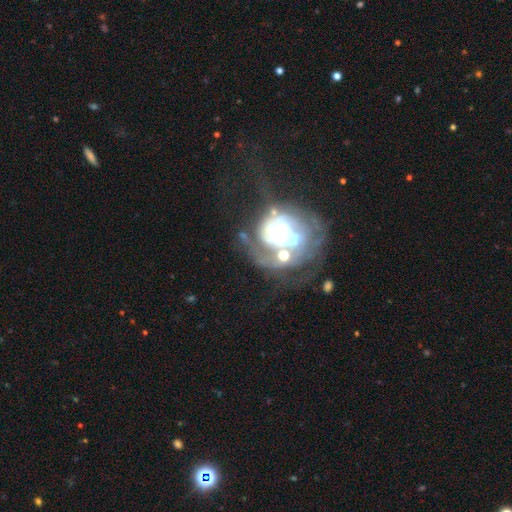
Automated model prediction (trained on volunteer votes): smooth_or_featured: star or artifact (p=0.57) [alt: featured or disk p=0.27]